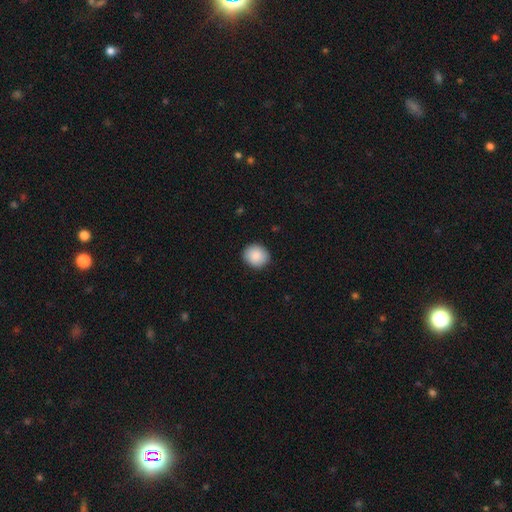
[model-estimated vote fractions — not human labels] Q: Smooth or featured?
A: smooth (89%); runner-up: star or artifact (7%)
Q: How rounded?
A: round (80%); runner-up: in between (19%)
Q: Merging?
A: none (90%); runner-up: minor disturbance (7%)